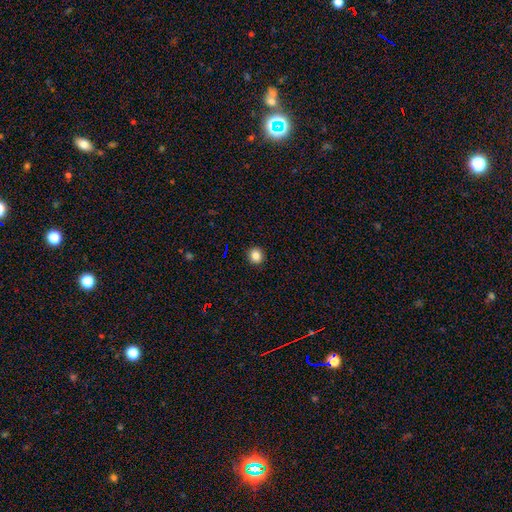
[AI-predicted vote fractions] Q: Smooth or featured?
A: smooth (84%); runner-up: star or artifact (11%)
Q: How rounded?
A: round (89%); runner-up: in between (10%)
Q: Merging?
A: none (93%); runner-up: minor disturbance (5%)